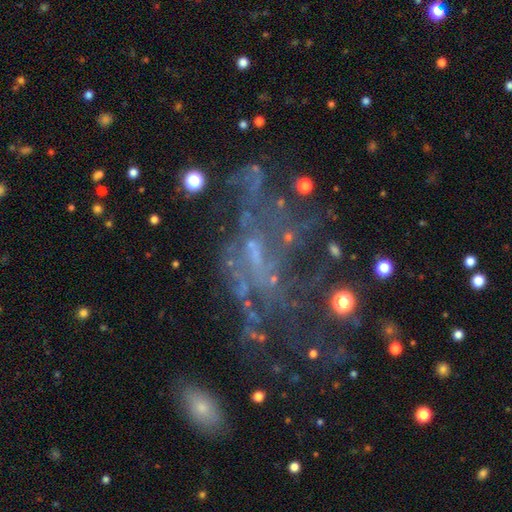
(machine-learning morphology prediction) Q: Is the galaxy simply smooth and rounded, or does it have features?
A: featured or disk — 63%.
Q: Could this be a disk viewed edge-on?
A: no — 95%.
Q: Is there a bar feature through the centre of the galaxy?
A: no — 63%.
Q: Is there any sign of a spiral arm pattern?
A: no — 63%.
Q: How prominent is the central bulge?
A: none — 57%.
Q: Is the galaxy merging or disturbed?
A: major disturbance — 43%.